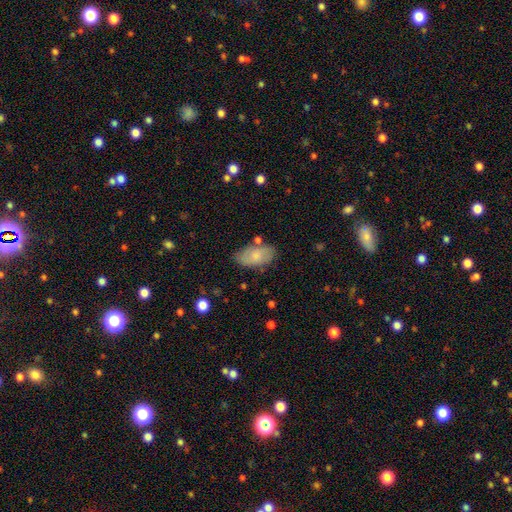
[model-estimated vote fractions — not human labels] Smooth or featured?
  - smooth: 76% *
  - featured or disk: 18%
  - star or artifact: 6%
How rounded?
  - in between: 94% *
  - round: 4%
  - cigar-shaped: 2%
Merging?
  - none: 73% *
  - minor disturbance: 18%
  - merger: 5%
  - major disturbance: 4%